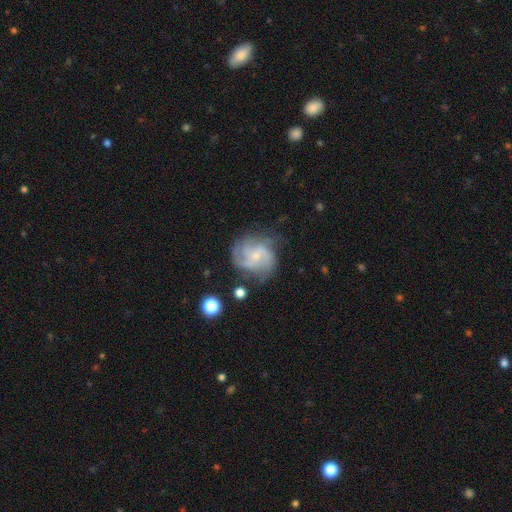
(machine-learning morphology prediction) This is likely a featured or disk galaxy (74%). It is clearly not viewed edge-on (98%). Bar: possibly no (56%). Spiral arm pattern: clearly yes (91%). Spiral arm count: marginally 3 (29%). Spiral winding: possibly medium (47%). Central bulge: likely small (68%). Merging: likely none (63%).